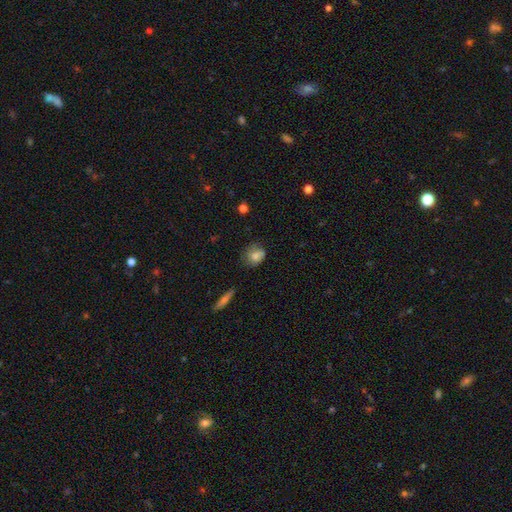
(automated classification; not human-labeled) Q: Smooth or featured?
A: smooth (73%); runner-up: featured or disk (18%)
Q: How rounded?
A: round (63%); runner-up: in between (35%)
Q: Merging?
A: none (56%); runner-up: minor disturbance (29%)